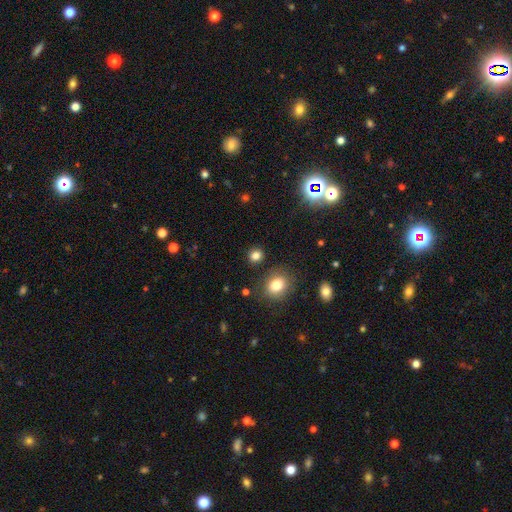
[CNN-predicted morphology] smooth_or_featured: smooth (p=0.81) [alt: star or artifact p=0.14]
how_rounded: round (p=0.82) [alt: in between p=0.17]
merging: none (p=0.87) [alt: minor disturbance p=0.07]